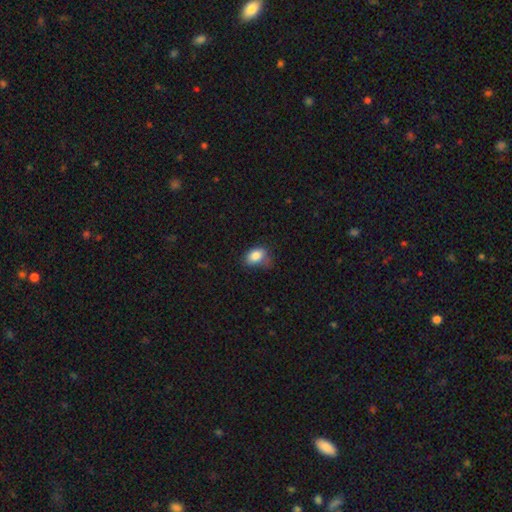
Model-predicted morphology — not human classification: Q: Smooth or featured?
A: smooth (83%); runner-up: star or artifact (9%)
Q: How rounded?
A: in between (81%); runner-up: round (17%)
Q: Merging?
A: none (50%); runner-up: minor disturbance (36%)